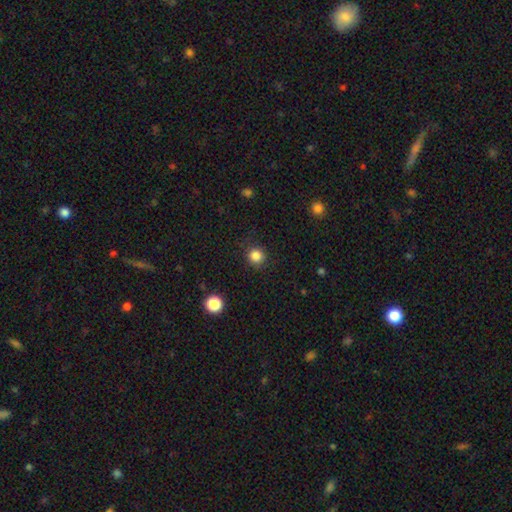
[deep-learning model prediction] smooth-or-featured: smooth: 84% | star or artifact: 12% | featured or disk: 4%
  how-rounded: round: 93% | in between: 6% | cigar-shaped: 1%
  merging: none: 89% | minor disturbance: 7% | major disturbance: 3% | merger: 1%